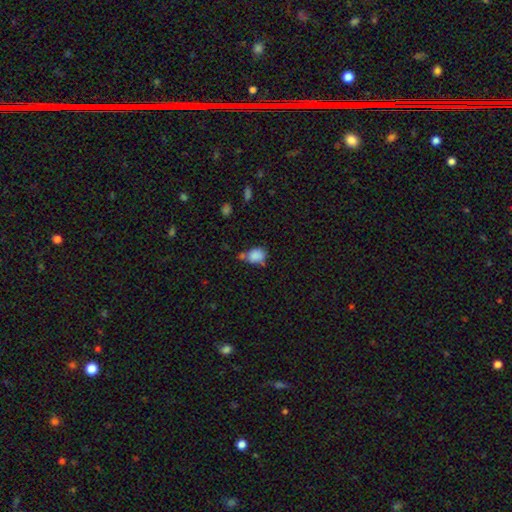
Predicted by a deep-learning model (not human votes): smooth 85%, star or artifact 10%, featured or disk 6%. Down the decision tree: how rounded — in between (56%); merging — none (50%).